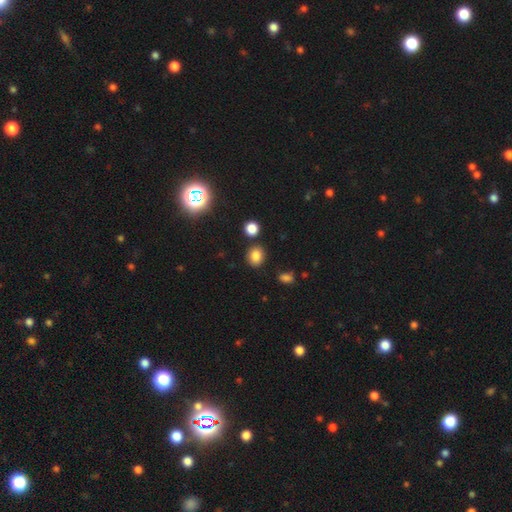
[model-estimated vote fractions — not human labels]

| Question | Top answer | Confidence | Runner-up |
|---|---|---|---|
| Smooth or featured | smooth | 81% | star or artifact (14%) |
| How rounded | round | 62% | in between (37%) |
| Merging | none | 82% | minor disturbance (9%) |